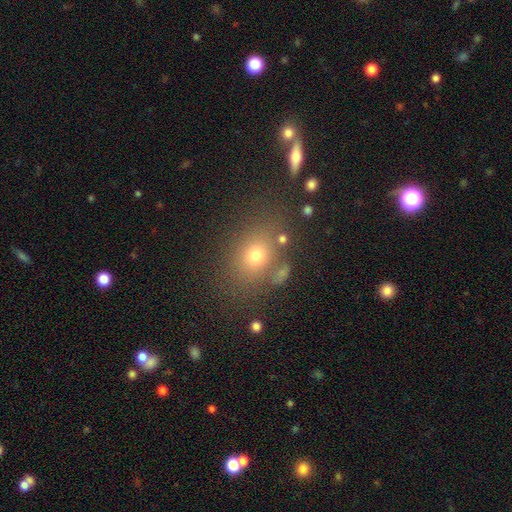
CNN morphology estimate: smooth_or_featured: smooth (p=0.69) [alt: star or artifact p=0.18]
how_rounded: in between (p=0.57) [alt: round p=0.41]
merging: none (p=0.73) [alt: minor disturbance p=0.13]